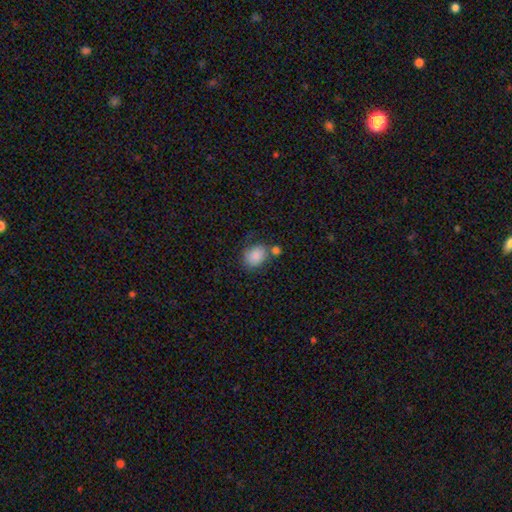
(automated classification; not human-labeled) Smooth or featured? Predicted: smooth (p=0.85). How rounded? Predicted: in between (p=0.61). Merging? Predicted: none (p=0.51).